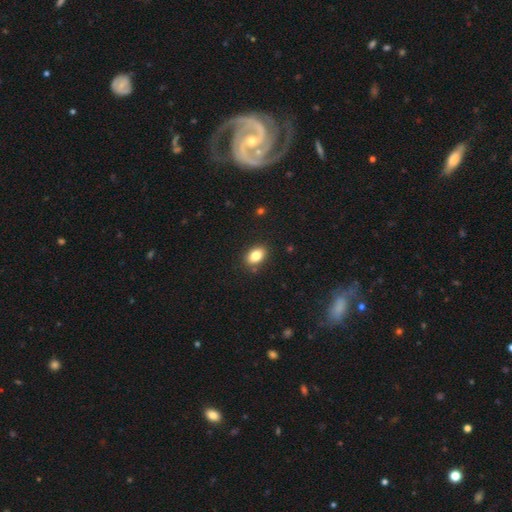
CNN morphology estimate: Smooth or featured? Predicted: smooth (p=0.83). How rounded? Predicted: in between (p=0.83). Merging? Predicted: none (p=0.87).